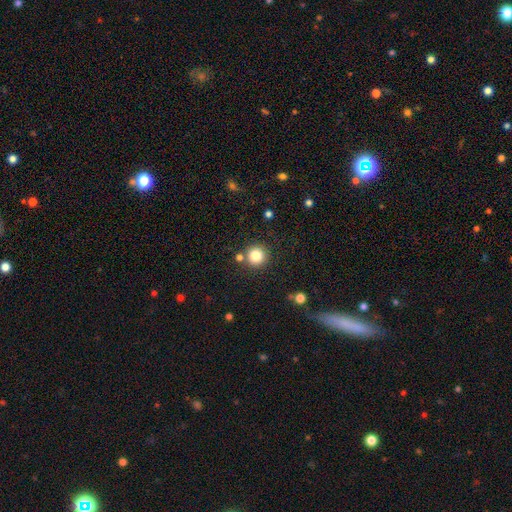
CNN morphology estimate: A smooth galaxy with no disk features (82%) that is round (95%). Merging: none (84%).